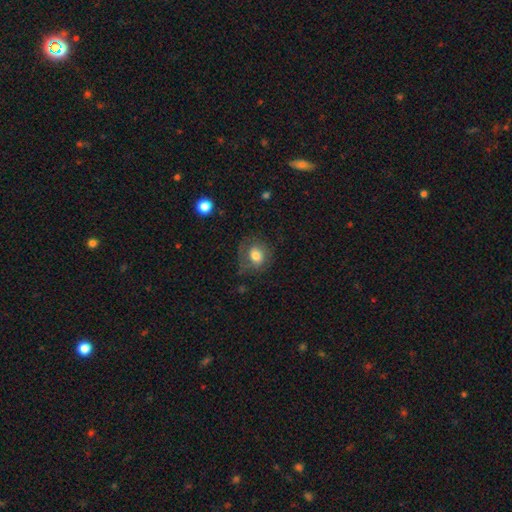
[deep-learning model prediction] smooth_or_featured: smooth (p=0.67) [alt: featured or disk p=0.24]
how_rounded: round (p=0.65) [alt: in between p=0.34]
merging: none (p=0.58) [alt: minor disturbance p=0.23]